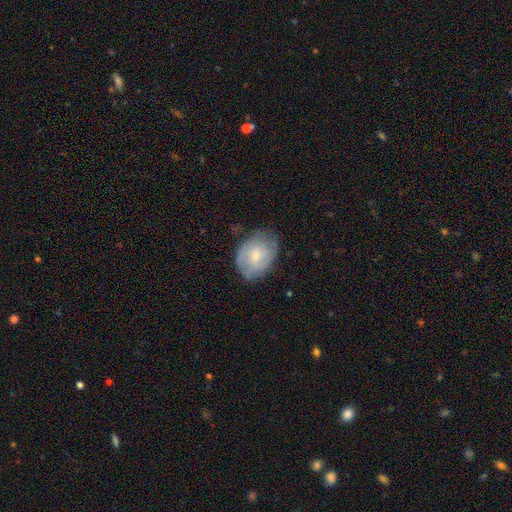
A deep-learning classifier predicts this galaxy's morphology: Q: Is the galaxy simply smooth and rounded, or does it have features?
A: featured or disk — 51%.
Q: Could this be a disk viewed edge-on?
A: no — 97%.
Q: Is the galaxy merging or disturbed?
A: none — 66%.